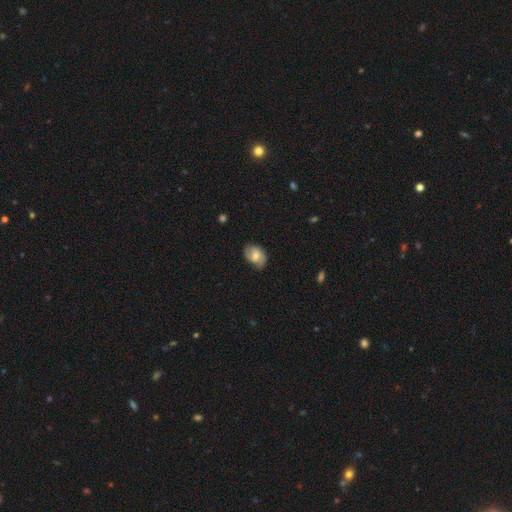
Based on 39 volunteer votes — A featured or disk galaxy (69%) with no bar (63%), 2 (83%) medium (50%) spiral arms (89%) and a moderate central bulge (59%). Merging: none (66%).